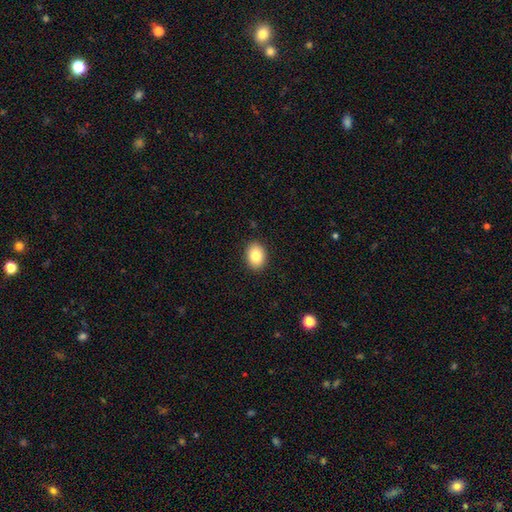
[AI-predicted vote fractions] The model was most divided on "how rounded": in between: 63%, round: 36%, cigar-shaped: 1%. More confident: merging — none (91%); smooth or featured — smooth (84%).